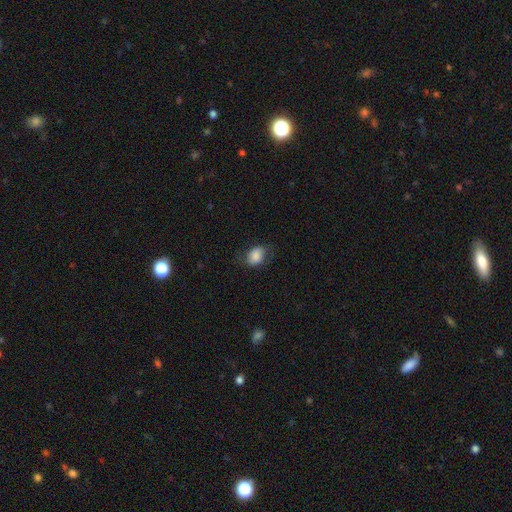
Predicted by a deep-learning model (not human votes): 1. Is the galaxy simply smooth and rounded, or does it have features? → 79% smooth, 13% featured or disk, 8% star or artifact.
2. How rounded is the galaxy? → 69% in between, 30% round, 1% cigar-shaped.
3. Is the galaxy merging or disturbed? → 65% none, 23% minor disturbance, 11% major disturbance, 1% merger.